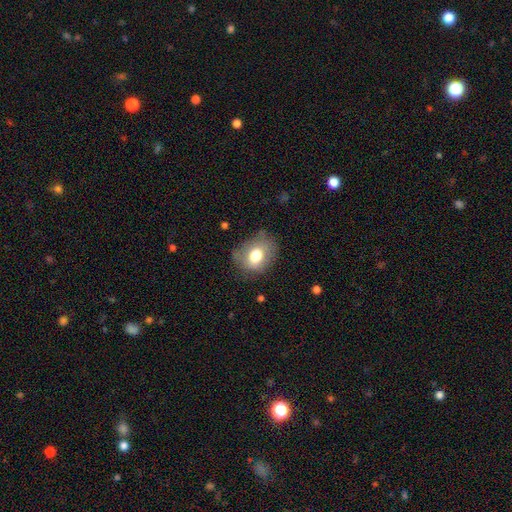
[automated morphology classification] smooth_or_featured: smooth (p=0.72) [alt: featured or disk p=0.18]
how_rounded: in between (p=0.52) [alt: round p=0.47]
merging: none (p=0.67) [alt: minor disturbance p=0.23]